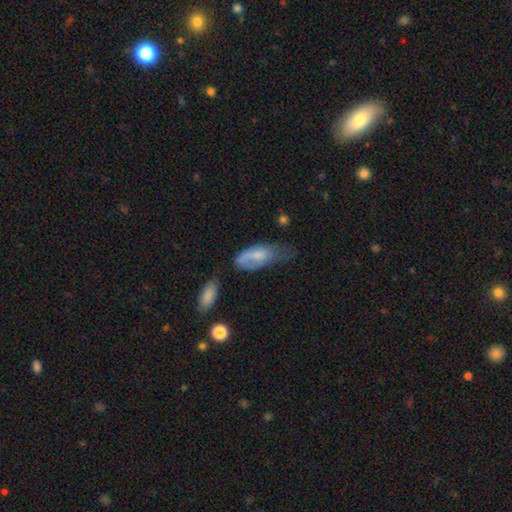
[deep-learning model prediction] Q: Smooth or featured?
A: smooth (64%); runner-up: featured or disk (29%)
Q: How rounded?
A: in between (83%); runner-up: cigar-shaped (14%)
Q: Merging?
A: minor disturbance (34%); tied with: major disturbance (34%)